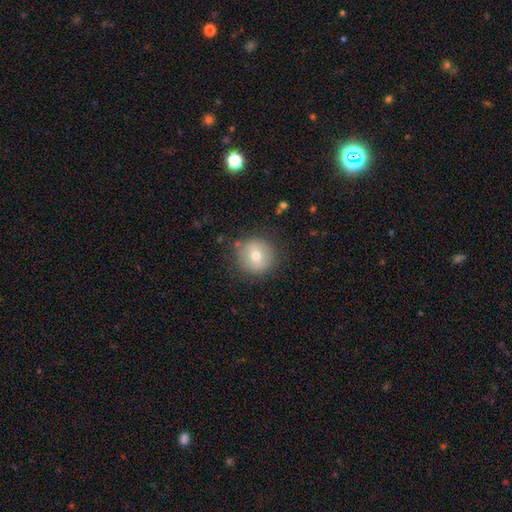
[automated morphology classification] Smooth or featured? smooth (64%)
How rounded? round (93%)
Merging? none (85%)